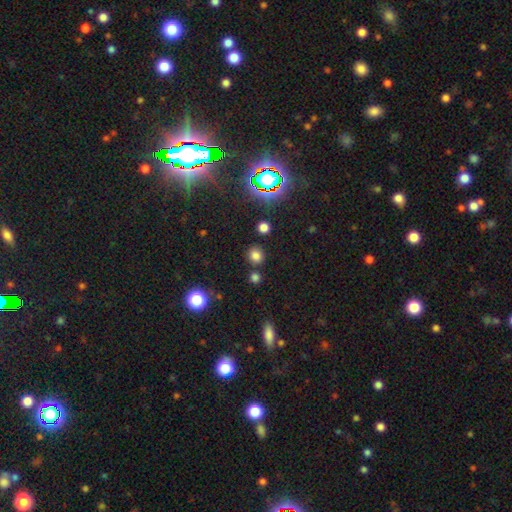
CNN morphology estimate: Smooth or featured? Predicted: smooth (p=0.75). How rounded? Predicted: round (p=0.80). Merging? Predicted: none (p=0.79).